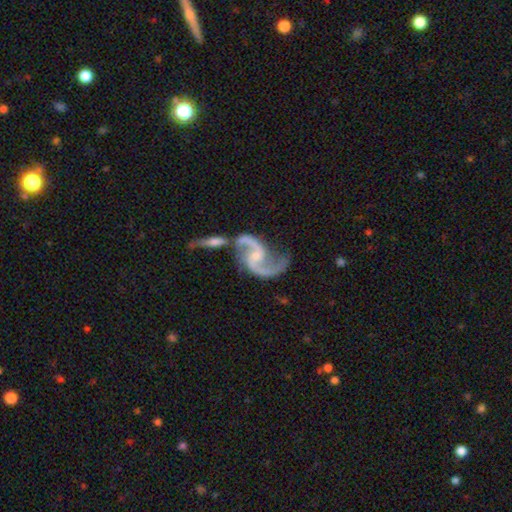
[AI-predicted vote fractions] Morphology: type=featured or disk (92%); edge-on=no (98%); bar=no (46%); spiral arms=yes (97%); winding=loose (62%); arm count=2 (93%); bulge=small (58%); merging=none (41%).